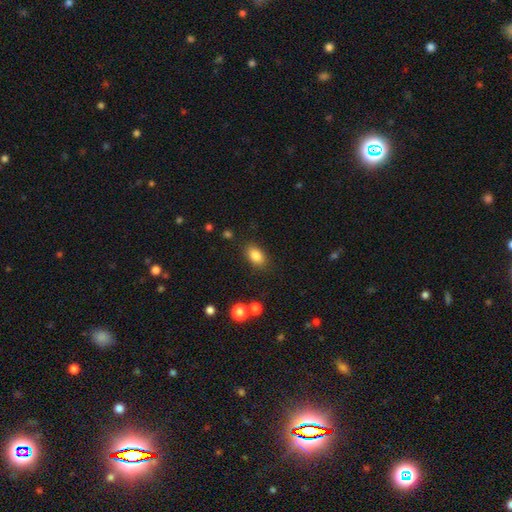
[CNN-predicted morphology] smooth 84%, star or artifact 9%, featured or disk 7%. Down the decision tree: how rounded — in between (86%); merging — none (84%).